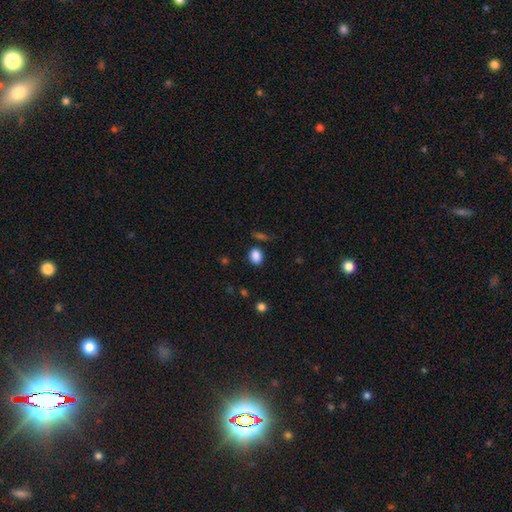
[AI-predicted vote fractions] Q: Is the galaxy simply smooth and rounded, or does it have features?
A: smooth — 86%.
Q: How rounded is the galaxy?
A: in between — 62%.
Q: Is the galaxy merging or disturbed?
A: none — 81%.